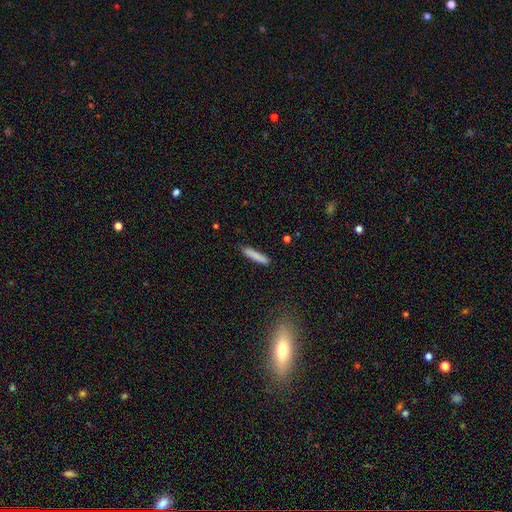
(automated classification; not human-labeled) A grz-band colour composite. It shows a smooth galaxy with no disk features (84%) that is cigar-shaped (90%). Merging: none (85%).